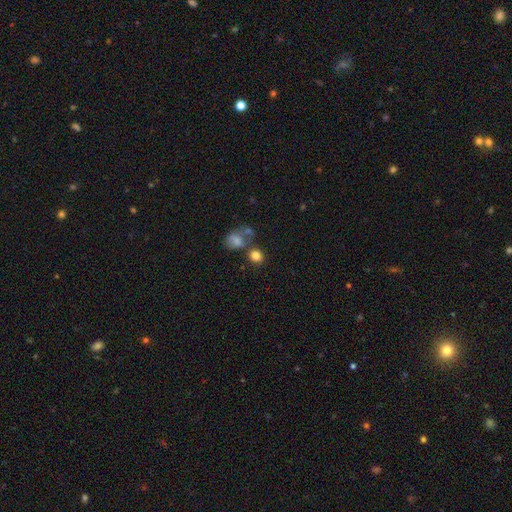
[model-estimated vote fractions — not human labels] smooth-or-featured: smooth: 82% | star or artifact: 11% | featured or disk: 7%
  how-rounded: round: 75% | in between: 24% | cigar-shaped: 1%
  merging: none: 62% | merger: 21% | minor disturbance: 12% | major disturbance: 5%